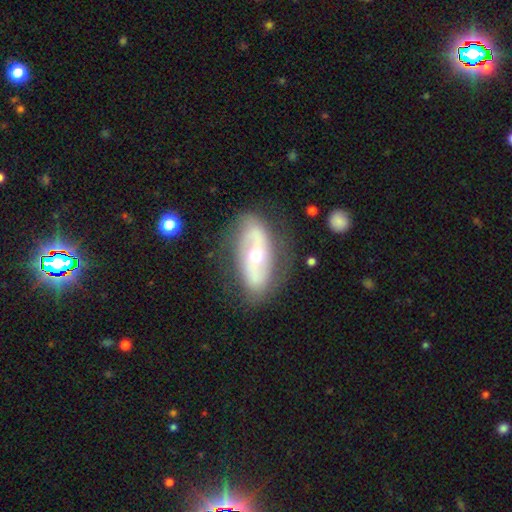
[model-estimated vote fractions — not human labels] Q: Smooth or featured?
A: featured or disk (70%); runner-up: smooth (24%)
Q: Edge-on disk?
A: no (89%); runner-up: yes (11%)
Q: Bar?
A: no (57%); runner-up: weak (23%)
Q: Spiral arms?
A: yes (66%); runner-up: no (34%)
Q: Bulge size?
A: moderate (58%); runner-up: small (37%)
Q: Merging?
A: none (72%); runner-up: minor disturbance (18%)